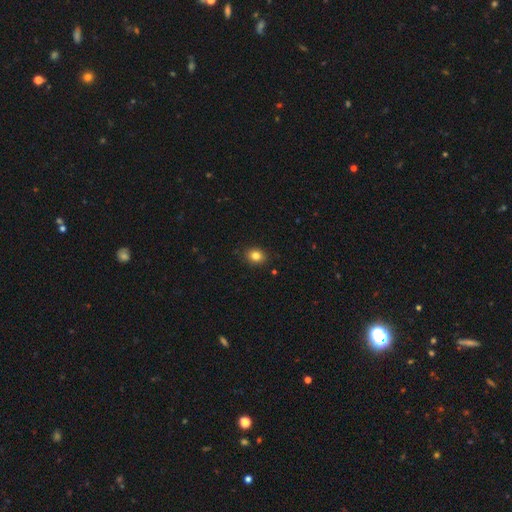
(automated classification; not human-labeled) smooth_or_featured: smooth (p=0.83) [alt: star or artifact p=0.11]
how_rounded: round (p=0.57) [alt: in between p=0.42]
merging: none (p=0.90) [alt: minor disturbance p=0.07]